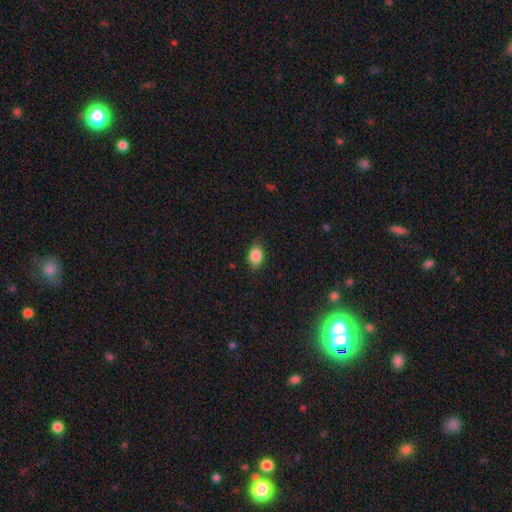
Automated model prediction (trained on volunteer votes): Smooth or featured: smooth — 87% (star or artifact — 8%)
How rounded: in between — 79% (round — 19%)
Merging: none — 82% (minor disturbance — 14%)